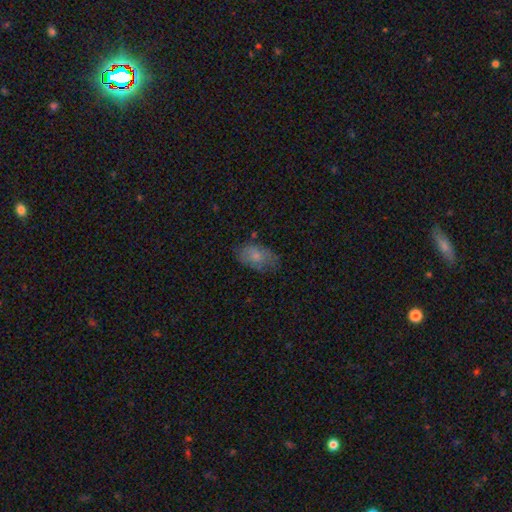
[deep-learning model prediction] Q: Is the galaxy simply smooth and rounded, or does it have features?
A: smooth — 76%.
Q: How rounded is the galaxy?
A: in between — 91%.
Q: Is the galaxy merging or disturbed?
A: none — 64%.